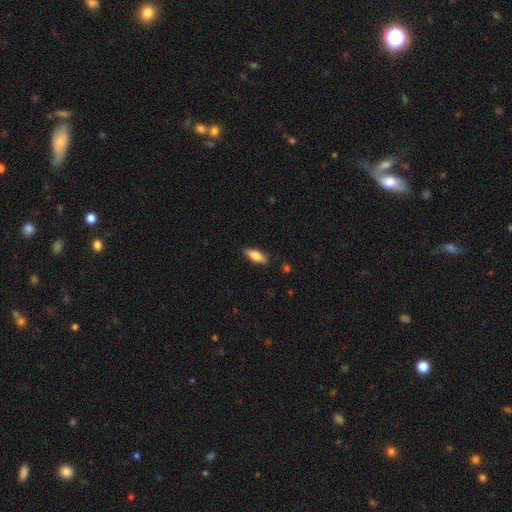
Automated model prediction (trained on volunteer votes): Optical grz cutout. It shows a smooth galaxy with no disk features (77%) that is in between round and cigar-shaped (70%). Merging: none (87%).